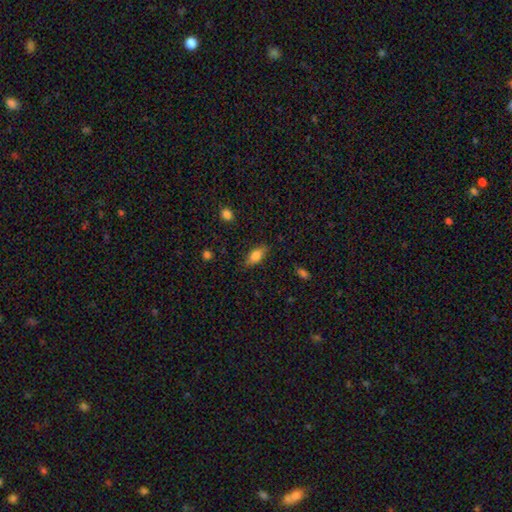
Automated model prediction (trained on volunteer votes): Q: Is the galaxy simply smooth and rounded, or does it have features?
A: smooth — 78%.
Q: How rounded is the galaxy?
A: in between — 84%.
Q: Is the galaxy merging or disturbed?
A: none — 82%.